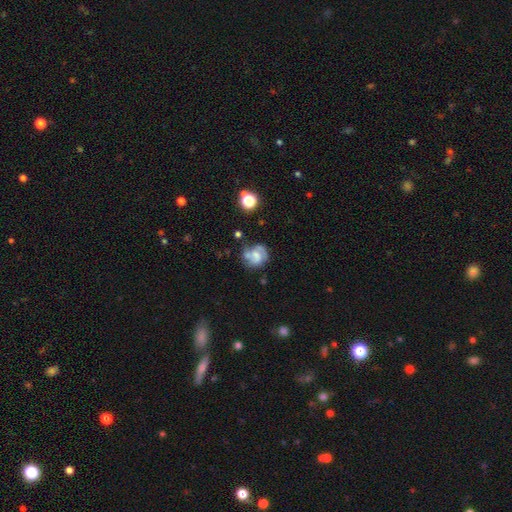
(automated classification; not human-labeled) This is possibly a featured or disk galaxy (53%). It is clearly not viewed edge-on (97%). Bar: likely no (65%). Spiral arm pattern: likely yes (65%). Central bulge: marginally moderate (34%). Merging: possibly none (47%).